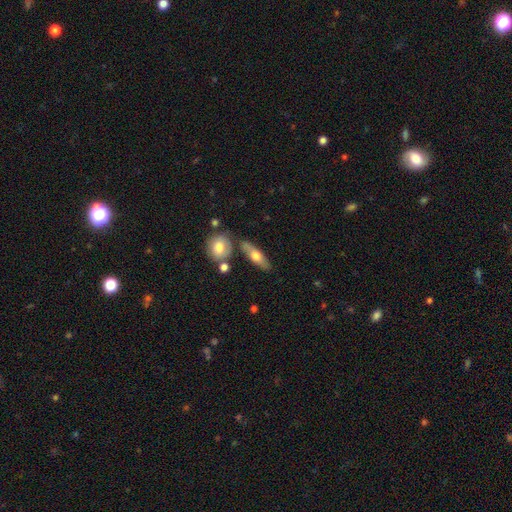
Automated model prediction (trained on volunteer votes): A smooth galaxy with no disk features (61%) that is in between round and cigar-shaped (55%).

Vote fractions:
- Smooth or featured? smooth: 61% / featured or disk: 33% / star or artifact: 6%
- How rounded? in between: 55% / cigar-shaped: 40% / round: 5%
- Merging? none: 73% / minor disturbance: 13% / merger: 11% / major disturbance: 3%